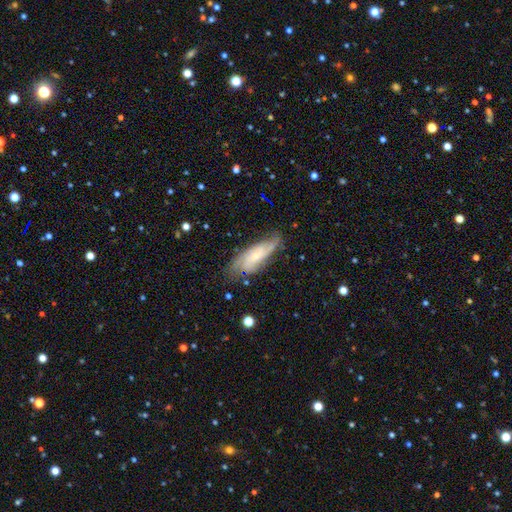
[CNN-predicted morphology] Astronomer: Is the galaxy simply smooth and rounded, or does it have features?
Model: featured or disk — 62%.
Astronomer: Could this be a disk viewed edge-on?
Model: no — 81%.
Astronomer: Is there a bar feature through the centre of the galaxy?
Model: no — 72%.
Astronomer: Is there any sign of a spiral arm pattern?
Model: yes — 85%.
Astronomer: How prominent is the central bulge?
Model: small — 72%.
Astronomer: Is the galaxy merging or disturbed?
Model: none — 64%.